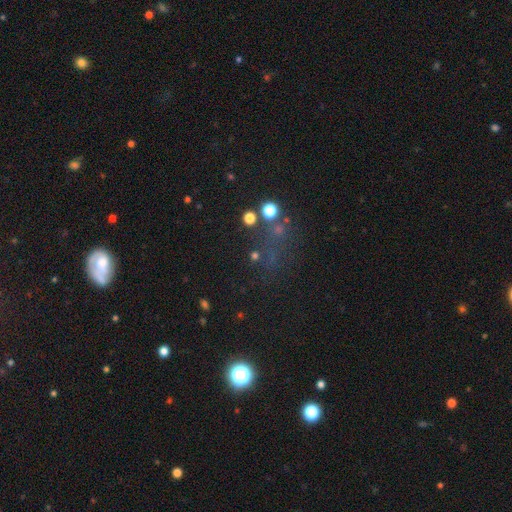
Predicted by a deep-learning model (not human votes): smooth-or-featured: star or artifact: 49% | smooth: 39% | featured or disk: 12%